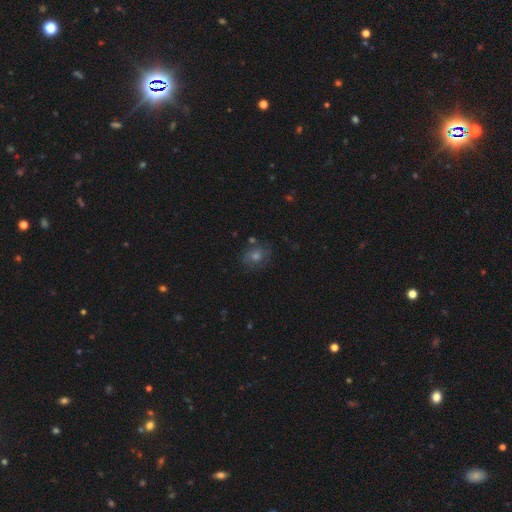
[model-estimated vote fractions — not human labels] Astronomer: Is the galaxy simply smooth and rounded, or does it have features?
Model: smooth — 50% (runner-up: star or artifact, 25%).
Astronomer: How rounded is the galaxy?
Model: round — 62% (runner-up: in between, 37%).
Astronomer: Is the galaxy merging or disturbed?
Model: none — 77%.